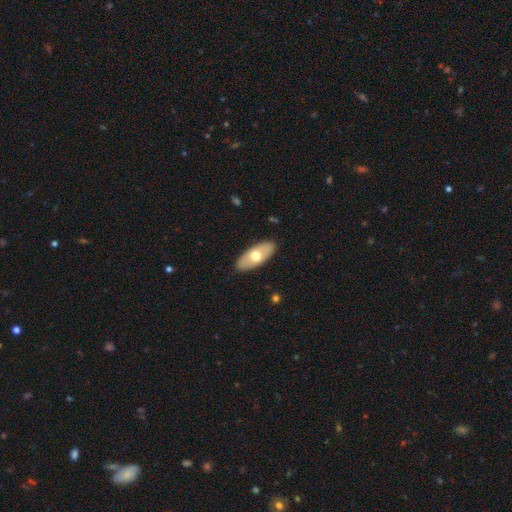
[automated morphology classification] A smooth galaxy with no disk features (58%) that is in between round and cigar-shaped (85%). Merging: none (89%).